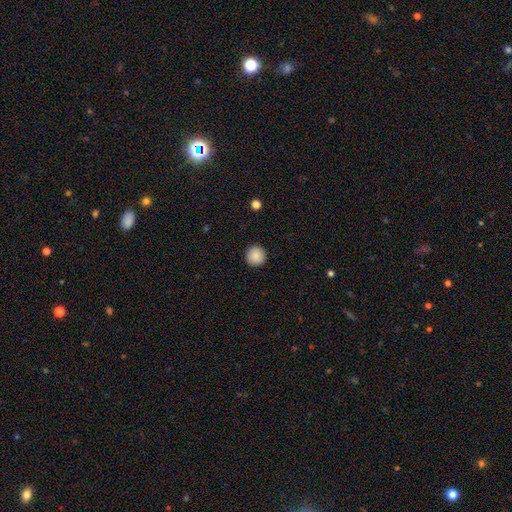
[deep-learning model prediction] Smooth or featured? Predicted: smooth (p=0.89). How rounded? Predicted: round (p=0.95). Merging? Predicted: none (p=0.92).